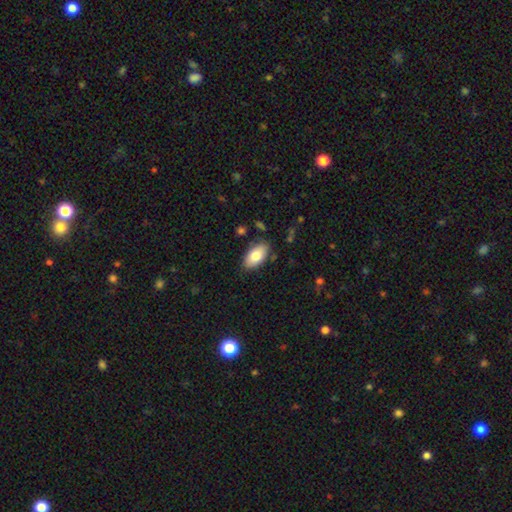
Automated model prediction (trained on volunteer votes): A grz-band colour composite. It shows a smooth galaxy with no disk features (80%) that is in between round and cigar-shaped (94%). Merging: none (82%).